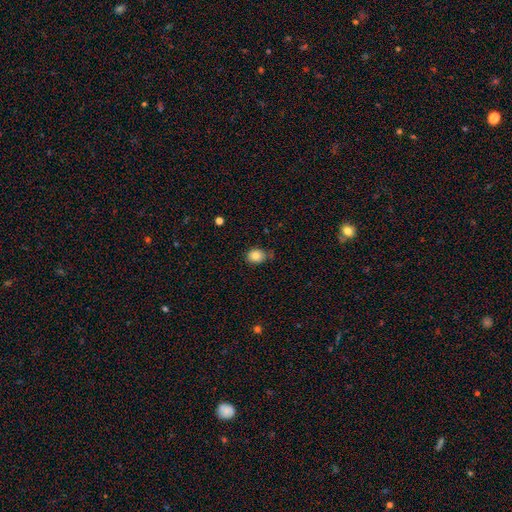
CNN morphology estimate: This is clearly a smooth galaxy (83%). How rounded: possibly round (52%). Merging: likely none (66%).